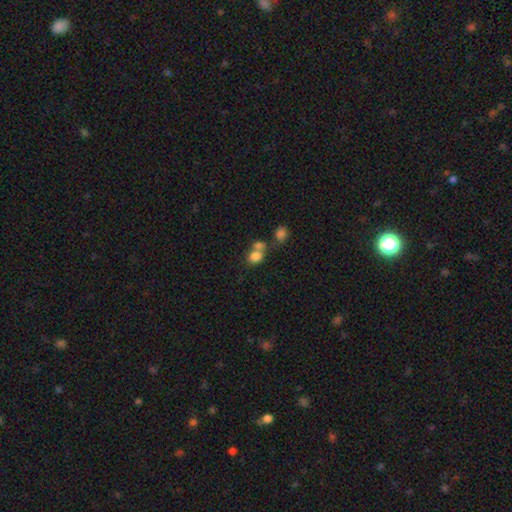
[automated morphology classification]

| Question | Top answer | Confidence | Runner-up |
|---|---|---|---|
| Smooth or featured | smooth | 79% | star or artifact (11%) |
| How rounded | in between | 51% | round (47%) |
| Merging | merger | 52% | none (34%) |